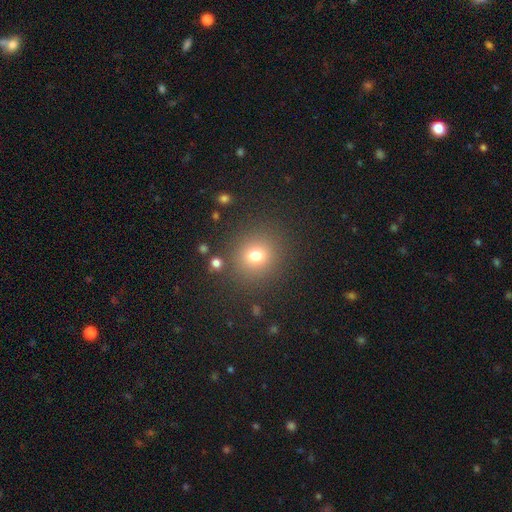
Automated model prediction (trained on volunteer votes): smooth 73%, star or artifact 17%, featured or disk 9%. Down the decision tree: how rounded — round (84%); merging — none (85%).